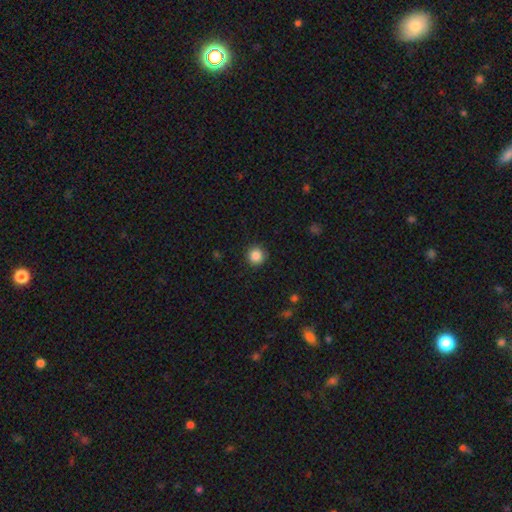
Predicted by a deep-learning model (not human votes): Q: Smooth or featured?
A: smooth (87%); runner-up: star or artifact (10%)
Q: How rounded?
A: round (95%); runner-up: in between (4%)
Q: Merging?
A: none (92%); runner-up: minor disturbance (5%)